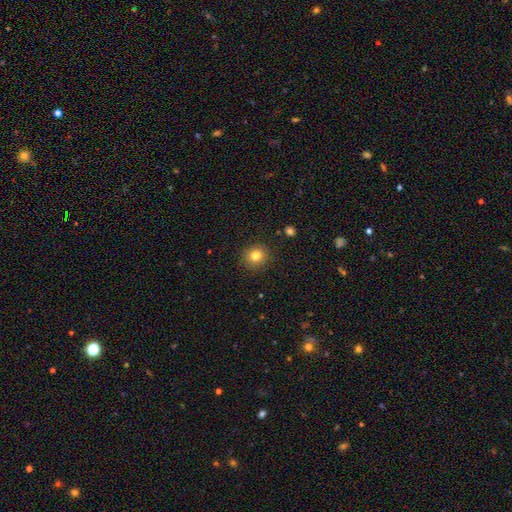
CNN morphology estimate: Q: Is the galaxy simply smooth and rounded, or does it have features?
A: smooth — 81%.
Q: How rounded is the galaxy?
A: round — 87%.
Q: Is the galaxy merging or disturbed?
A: none — 90%.